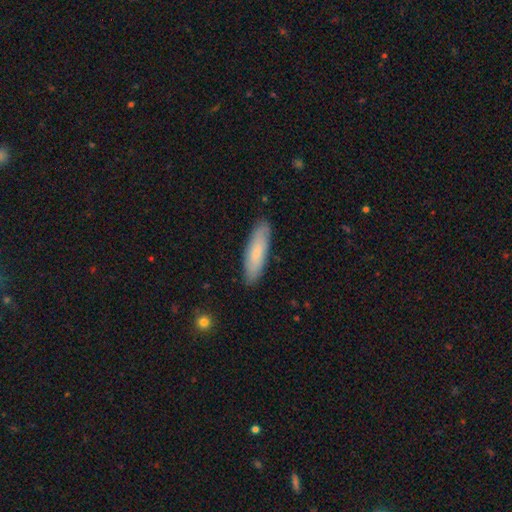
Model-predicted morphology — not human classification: Smooth or featured? smooth (73%)
How rounded? cigar-shaped (64%)
Merging? none (87%)